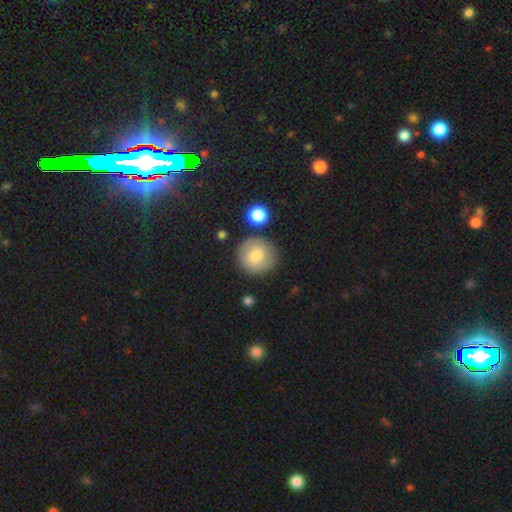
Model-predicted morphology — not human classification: smooth-or-featured: smooth: 75% | featured or disk: 18% | star or artifact: 8%
  how-rounded: round: 91% | in between: 8% | cigar-shaped: 1%
  merging: none: 81% | minor disturbance: 11% | merger: 4% | major disturbance: 4%